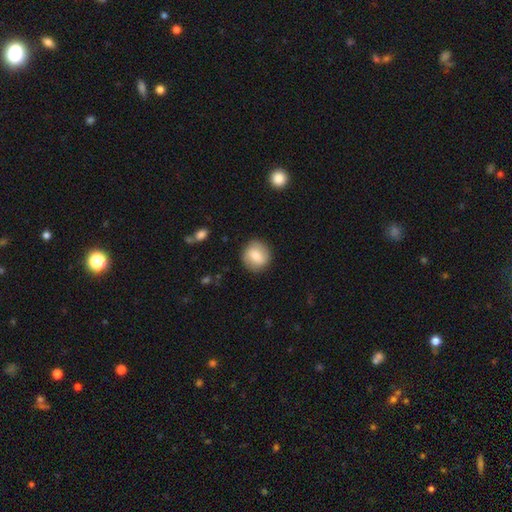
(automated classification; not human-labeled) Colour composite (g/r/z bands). It shows a smooth galaxy with no disk features (73%) that is round (86%). Merging: none (86%).